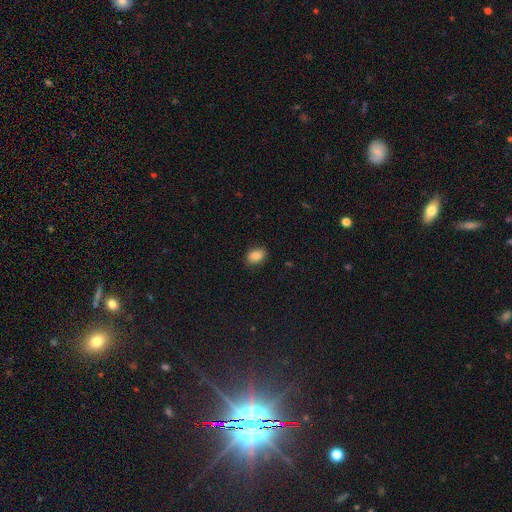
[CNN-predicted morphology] type=smooth (84%); roundness=in between (76%); merging=none (88%).